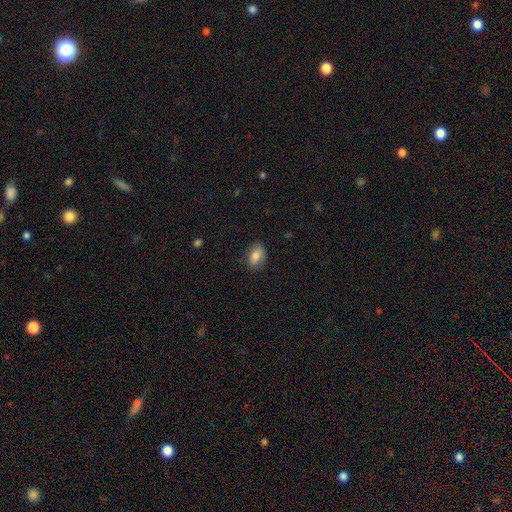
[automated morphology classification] A smooth galaxy with no disk features (80%) that is in between round and cigar-shaped (85%).

Vote fractions:
- Smooth or featured? smooth: 80% / featured or disk: 12% / star or artifact: 8%
- How rounded? in between: 85% / round: 13% / cigar-shaped: 2%
- Merging? none: 83% / minor disturbance: 13% / major disturbance: 3% / merger: 1%